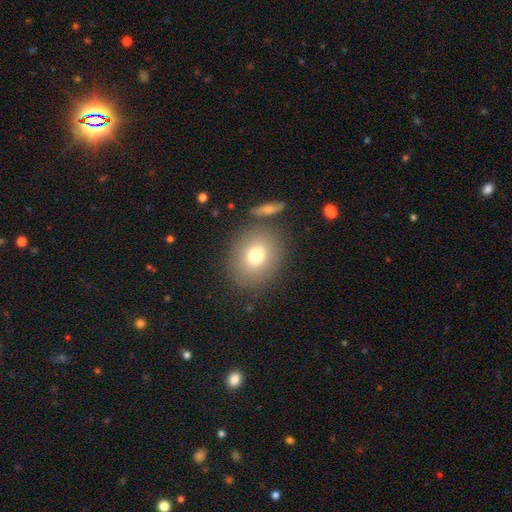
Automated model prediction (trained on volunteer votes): Q: Smooth or featured?
A: smooth (76%); runner-up: featured or disk (13%)
Q: How rounded?
A: round (70%); runner-up: in between (29%)
Q: Merging?
A: none (80%); runner-up: minor disturbance (10%)